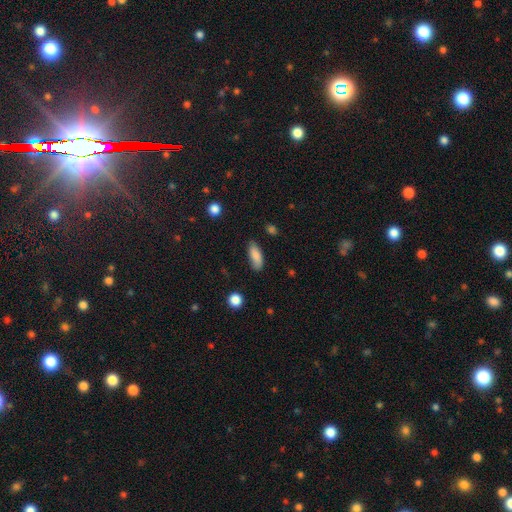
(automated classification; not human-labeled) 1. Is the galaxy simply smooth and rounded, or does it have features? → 85% smooth, 8% featured or disk, 7% star or artifact.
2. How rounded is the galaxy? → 77% in between, 21% cigar-shaped, 2% round.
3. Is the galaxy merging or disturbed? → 78% none, 17% minor disturbance, 3% major disturbance, 2% merger.